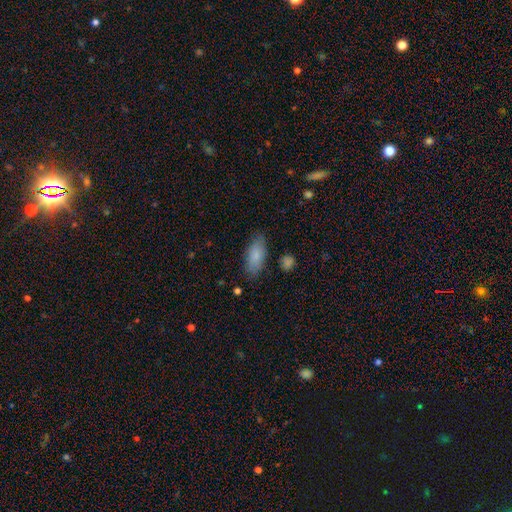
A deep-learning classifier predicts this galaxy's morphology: smooth 83%, featured or disk 10%, star or artifact 6%. Down the decision tree: how rounded — in between (82%); merging — none (80%).